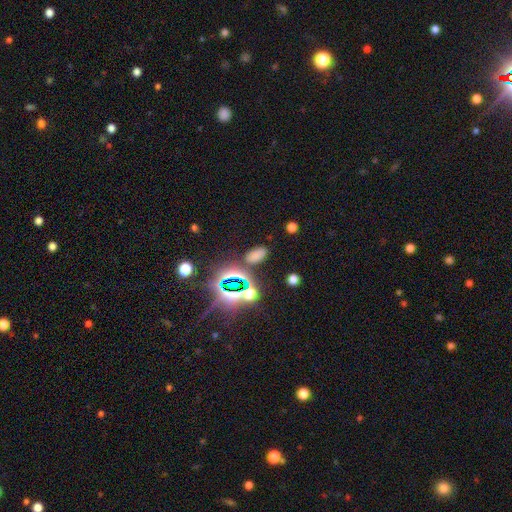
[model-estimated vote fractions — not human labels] smooth-or-featured: smooth: 62% | star or artifact: 30% | featured or disk: 7%
  how-rounded: in between: 90% | round: 6% | cigar-shaped: 4%
  merging: none: 80% | minor disturbance: 11% | major disturbance: 4% | merger: 4%